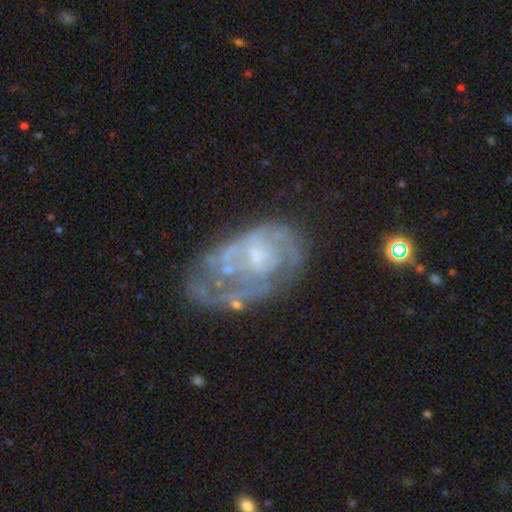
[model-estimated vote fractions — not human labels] featured or disk 75%, smooth 17%, star or artifact 9%. Down the decision tree: edge-on disk — no (97%); bar — no (68%); spiral arms — yes (61%); bulge size — small (48%); merging — none (40%).